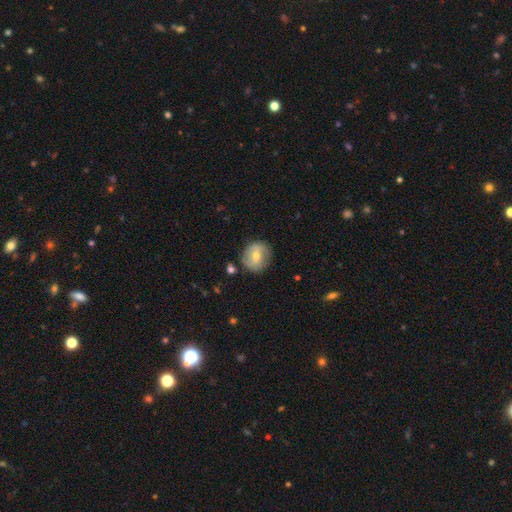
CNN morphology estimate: Smooth or featured? smooth (47%)
Merging? none (78%)